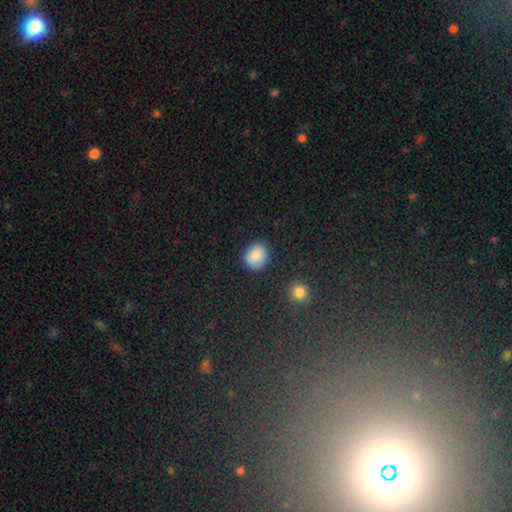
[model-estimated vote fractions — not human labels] Morphology: type=smooth (87%); roundness=round (73%); merging=none (85%).